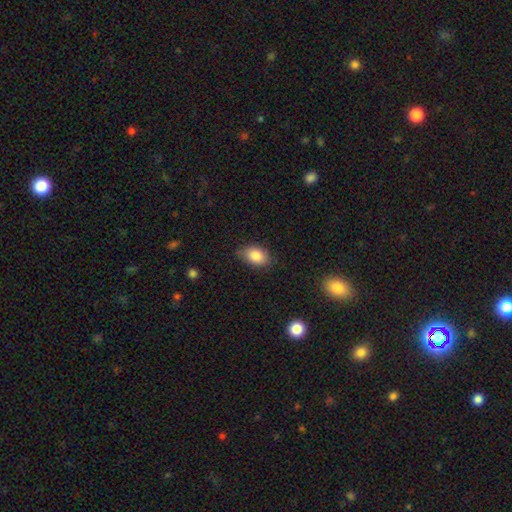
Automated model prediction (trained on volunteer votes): A smooth galaxy with no disk features (85%) that is in between round and cigar-shaped (84%). Merging: none (77%).